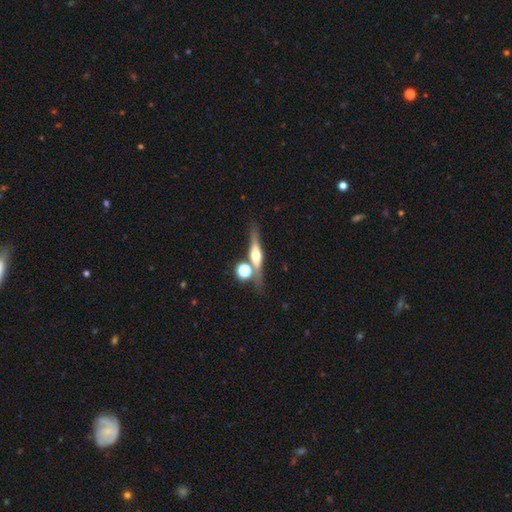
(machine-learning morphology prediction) Q: Smooth or featured?
A: featured or disk (67%); runner-up: smooth (25%)
Q: Edge-on disk?
A: yes (94%); runner-up: no (6%)
Q: Edge-on bulge?
A: rounded (91%); runner-up: boxy (6%)
Q: Merging?
A: none (68%); runner-up: merger (15%)